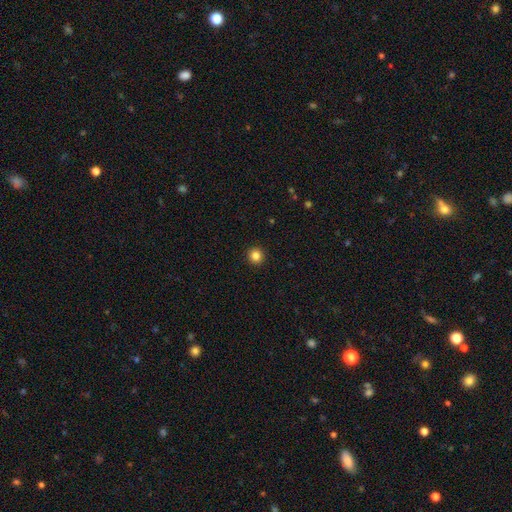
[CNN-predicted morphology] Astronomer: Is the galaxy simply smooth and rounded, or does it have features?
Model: smooth — 84%.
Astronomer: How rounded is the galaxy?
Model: round — 95%.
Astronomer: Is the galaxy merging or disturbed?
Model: none — 93%.